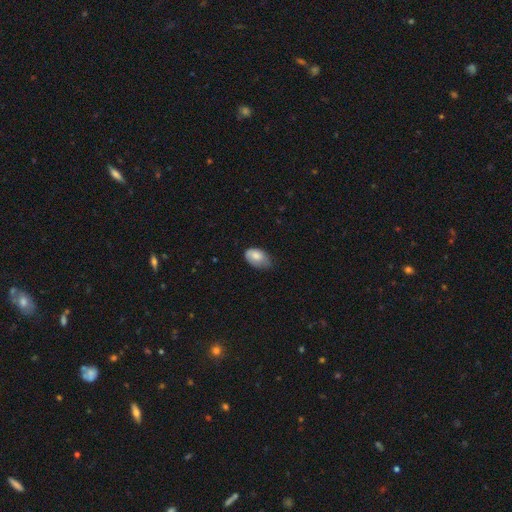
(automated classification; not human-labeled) A smooth galaxy with no disk features (78%) that is in between round and cigar-shaped (91%).

Vote fractions:
- Smooth or featured? smooth: 78% / featured or disk: 16% / star or artifact: 7%
- How rounded? in between: 91% / round: 8% / cigar-shaped: 1%
- Merging? minor disturbance: 46% / none: 39% / major disturbance: 14% / merger: 1%